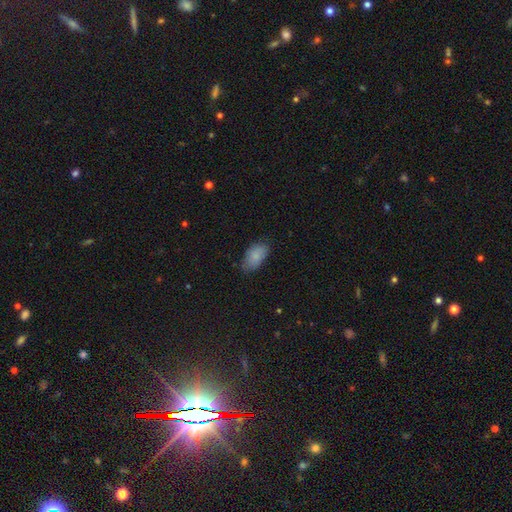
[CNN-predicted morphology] Smooth or featured? Predicted: smooth (p=0.86). How rounded? Predicted: in between (p=0.93). Merging? Predicted: none (p=0.73).